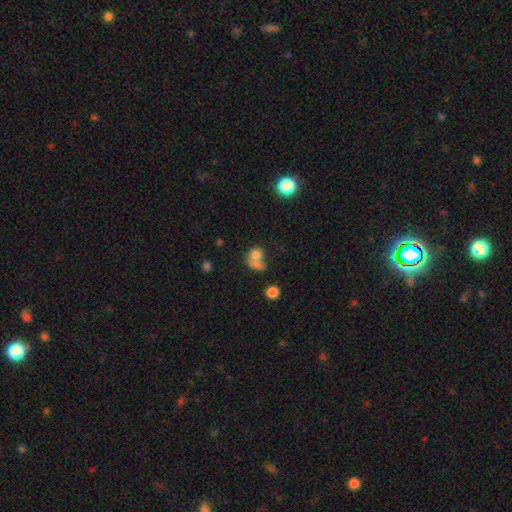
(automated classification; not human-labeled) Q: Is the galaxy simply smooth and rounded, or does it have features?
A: smooth — 73%.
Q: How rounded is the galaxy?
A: round — 64%.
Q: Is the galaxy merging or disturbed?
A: merger — 57%.